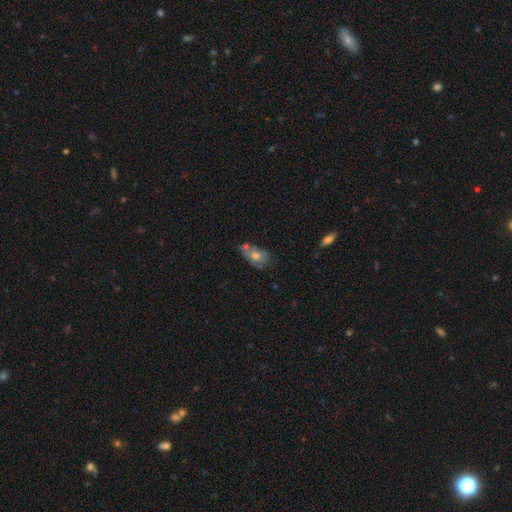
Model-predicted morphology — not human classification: smooth-or-featured: smooth: 59% | featured or disk: 31% | star or artifact: 9%
  how-rounded: in between: 79% | round: 18% | cigar-shaped: 3%
  merging: none: 36% | merger: 29% | minor disturbance: 25% | major disturbance: 10%